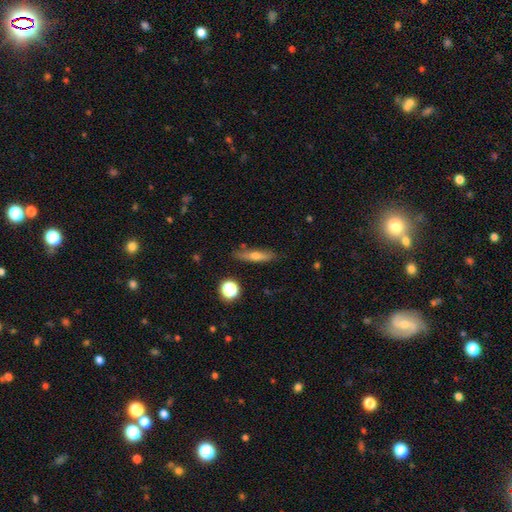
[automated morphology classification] Smooth or featured? Predicted: smooth (p=0.51). How rounded? Predicted: cigar-shaped (p=0.79). Merging? Predicted: none (p=0.81).